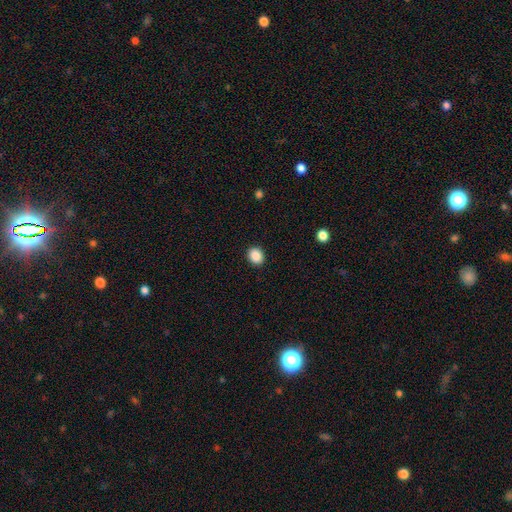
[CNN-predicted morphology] type=smooth (89%); roundness=round (61%); merging=none (91%).